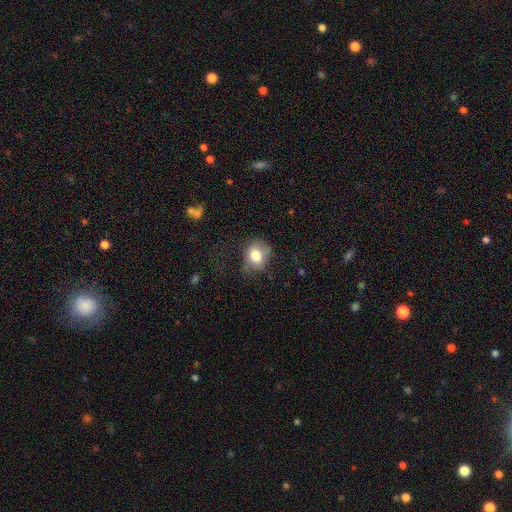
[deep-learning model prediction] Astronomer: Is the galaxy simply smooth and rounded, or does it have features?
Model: smooth — 76%.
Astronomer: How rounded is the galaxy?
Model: round — 57% (runner-up: in between, 42%).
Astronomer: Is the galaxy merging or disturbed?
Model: none — 58%.